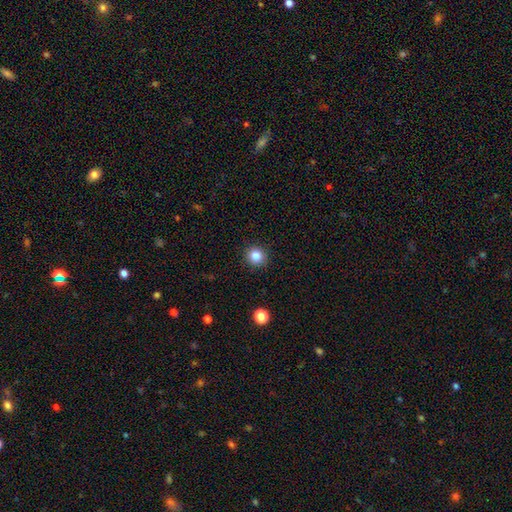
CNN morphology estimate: Smooth or featured?
  - smooth: 84% *
  - star or artifact: 11%
  - featured or disk: 5%
How rounded?
  - round: 91% *
  - in between: 8%
  - cigar-shaped: 1%
Merging?
  - none: 92% *
  - minor disturbance: 6%
  - major disturbance: 2%
  - merger: 1%